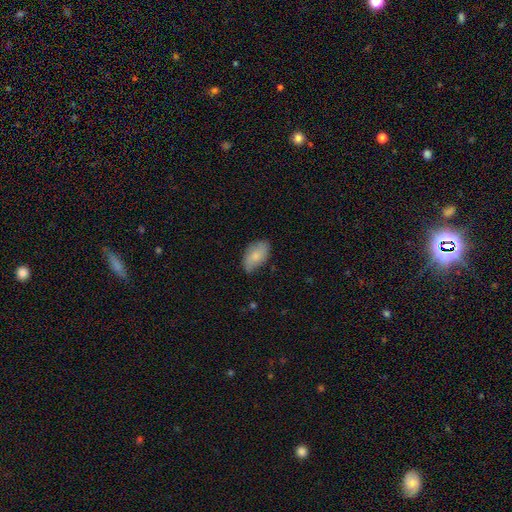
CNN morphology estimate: Smooth or featured? smooth (77%)
How rounded? in between (94%)
Merging? none (69%)